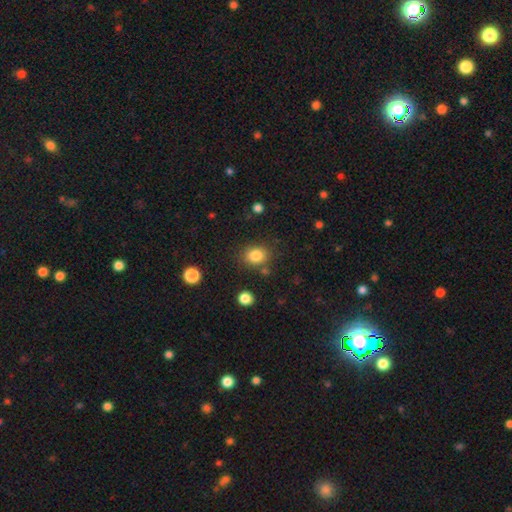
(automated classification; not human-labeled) A smooth galaxy with no disk features (83%) that is round (58%). Merging: none (80%).